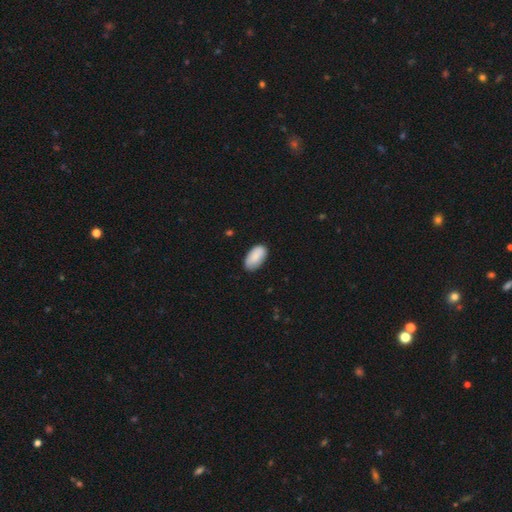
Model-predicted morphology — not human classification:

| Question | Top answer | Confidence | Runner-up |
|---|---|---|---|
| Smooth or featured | smooth | 88% | featured or disk (6%) |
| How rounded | in between | 95% | round (2%) |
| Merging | none | 83% | minor disturbance (14%) |